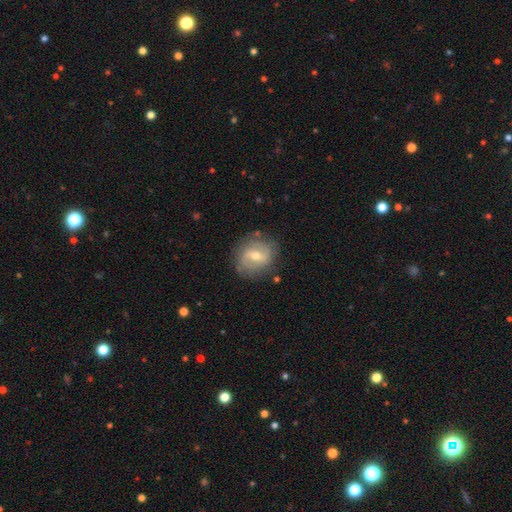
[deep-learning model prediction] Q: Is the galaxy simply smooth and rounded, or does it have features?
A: featured or disk — 65%.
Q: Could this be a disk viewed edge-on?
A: no — 96%.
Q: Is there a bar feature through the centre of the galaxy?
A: weak — 53%.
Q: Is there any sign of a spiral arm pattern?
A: yes — 74%.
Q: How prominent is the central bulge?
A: moderate — 63%.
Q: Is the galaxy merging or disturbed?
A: none — 77%.